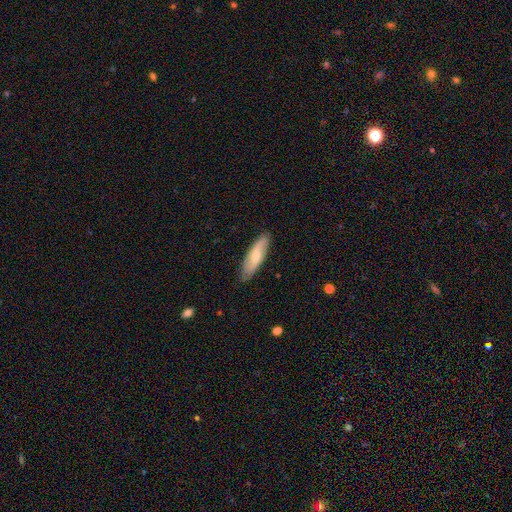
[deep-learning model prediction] This is possibly a smooth galaxy (57%). How rounded: possibly cigar-shaped (55%). Merging: clearly none (83%).